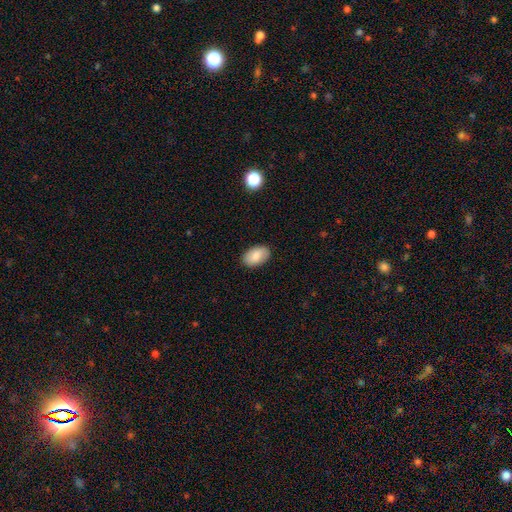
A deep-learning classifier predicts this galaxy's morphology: Q: Smooth or featured?
A: smooth (83%); runner-up: featured or disk (10%)
Q: How rounded?
A: in between (92%); runner-up: round (7%)
Q: Merging?
A: none (88%); runner-up: minor disturbance (9%)